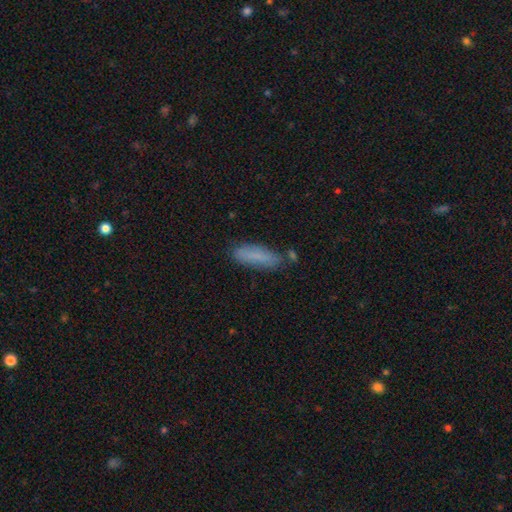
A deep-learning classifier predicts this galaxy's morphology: Smooth or featured?
  - smooth: 80% *
  - featured or disk: 12%
  - star or artifact: 8%
How rounded?
  - cigar-shaped: 63% *
  - in between: 35%
  - round: 2%
Merging?
  - none: 72% *
  - minor disturbance: 18%
  - merger: 6%
  - major disturbance: 4%